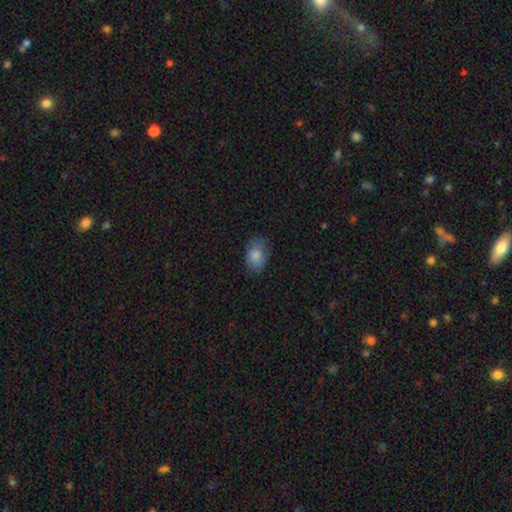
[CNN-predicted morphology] The model was most divided on "merging": none: 72%, minor disturbance: 22%, major disturbance: 5%, merger: 1%. More confident: smooth or featured — smooth (83%); how rounded — in between (80%).